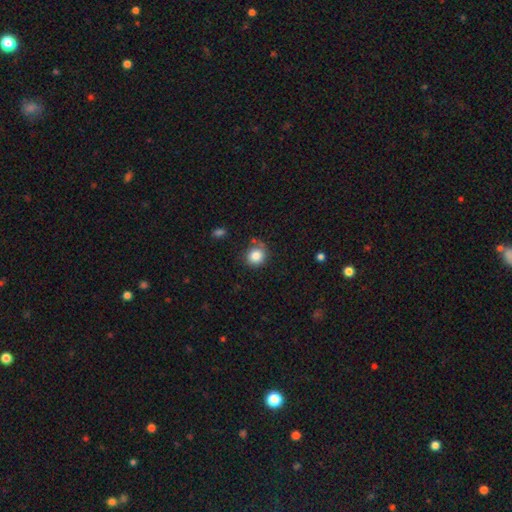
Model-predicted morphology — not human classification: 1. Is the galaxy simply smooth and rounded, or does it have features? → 84% smooth, 10% star or artifact, 6% featured or disk.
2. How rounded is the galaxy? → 85% round, 14% in between, 1% cigar-shaped.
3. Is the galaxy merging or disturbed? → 72% none, 18% minor disturbance, 6% merger, 5% major disturbance.